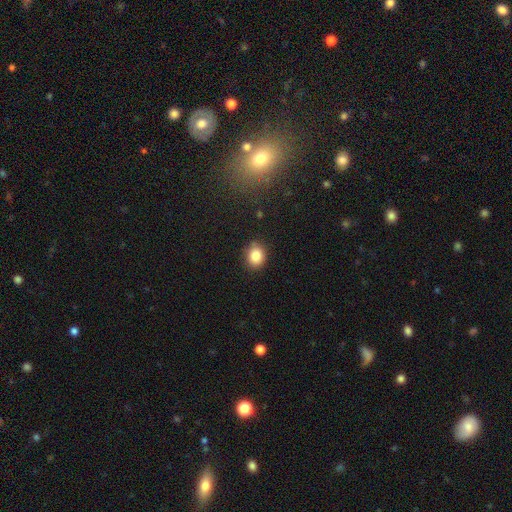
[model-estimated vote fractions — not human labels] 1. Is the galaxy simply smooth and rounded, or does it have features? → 85% smooth, 9% star or artifact, 5% featured or disk.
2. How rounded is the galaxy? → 60% round, 39% in between, 1% cigar-shaped.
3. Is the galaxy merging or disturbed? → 82% none, 14% minor disturbance, 3% major disturbance, 2% merger.